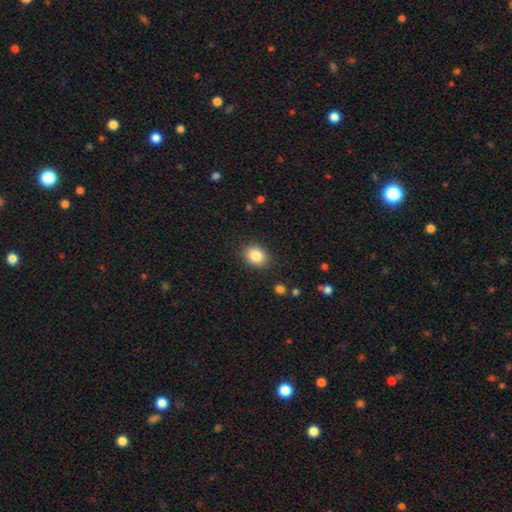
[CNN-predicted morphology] A smooth galaxy with no disk features (85%) that is in between round and cigar-shaped (50%). Merging: none (87%).